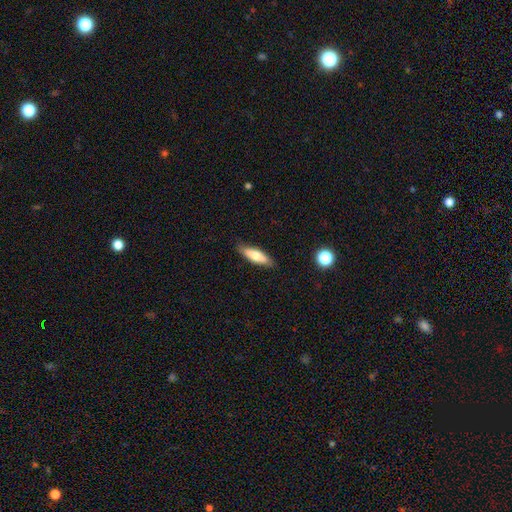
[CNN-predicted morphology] A smooth galaxy with no disk features (69%) that is in between round and cigar-shaped (52%).

Vote fractions:
- Smooth or featured? smooth: 69% / featured or disk: 25% / star or artifact: 6%
- How rounded? in between: 52% / cigar-shaped: 46% / round: 2%
- Merging? none: 82% / minor disturbance: 14% / major disturbance: 3% / merger: 1%